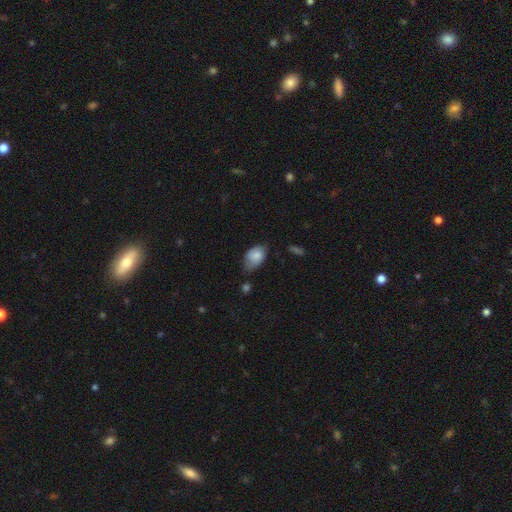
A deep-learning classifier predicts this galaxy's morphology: The model was most divided on "merging": none: 49%, minor disturbance: 39%, major disturbance: 9%, merger: 3%. More confident: how rounded — in between (89%); smooth or featured — smooth (80%).